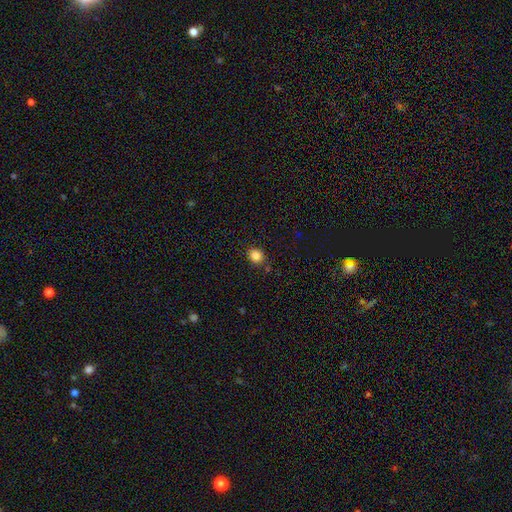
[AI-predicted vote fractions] Morphology: type=smooth (85%); roundness=round (78%); merging=none (83%).